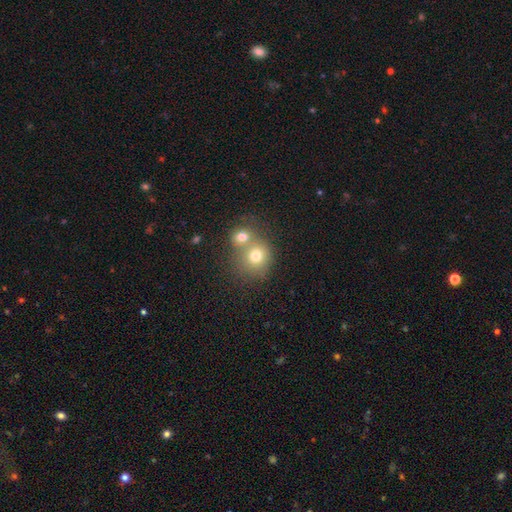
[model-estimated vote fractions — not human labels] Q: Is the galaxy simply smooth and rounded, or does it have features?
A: smooth — 73%.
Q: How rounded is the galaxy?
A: round — 82%.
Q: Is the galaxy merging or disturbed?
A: merger — 51%.